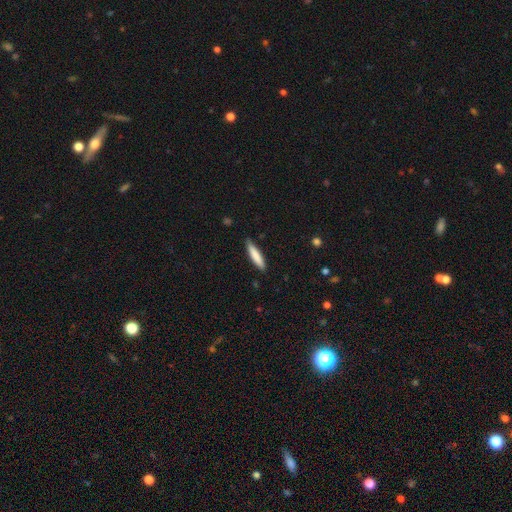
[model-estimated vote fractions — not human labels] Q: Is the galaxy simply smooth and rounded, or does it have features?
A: smooth — 81%.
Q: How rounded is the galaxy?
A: cigar-shaped — 84%.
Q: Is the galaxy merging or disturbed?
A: none — 86%.